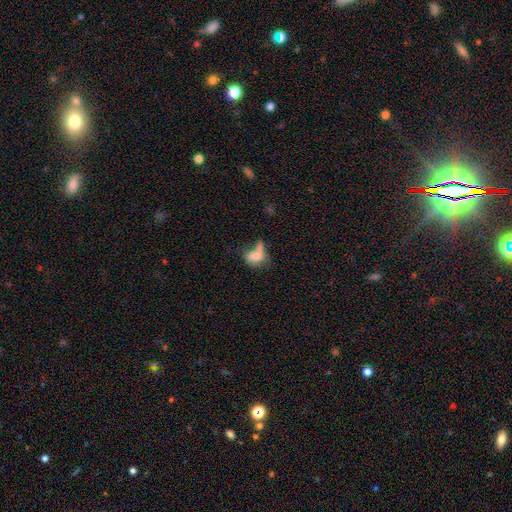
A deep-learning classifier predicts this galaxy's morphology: A smooth galaxy with no disk features (69%) that is in between round and cigar-shaped (75%).

Vote fractions:
- Smooth or featured? smooth: 69% / featured or disk: 21% / star or artifact: 10%
- How rounded? in between: 75% / round: 22% / cigar-shaped: 3%
- Merging? merger: 38% / none: 26% / major disturbance: 19% / minor disturbance: 17%